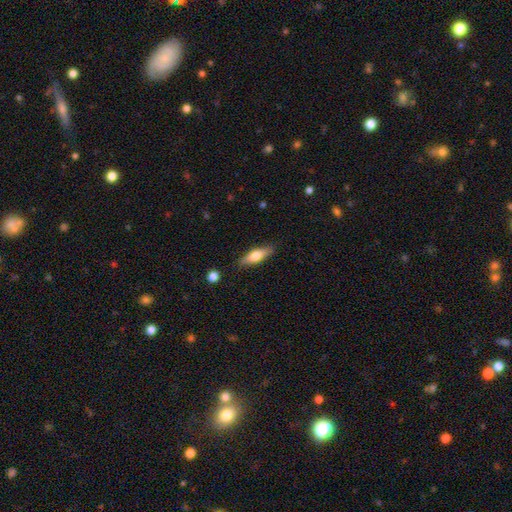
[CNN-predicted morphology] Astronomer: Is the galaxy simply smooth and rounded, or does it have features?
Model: smooth — 60%.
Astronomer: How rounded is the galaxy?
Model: cigar-shaped — 53% (runner-up: in between, 45%).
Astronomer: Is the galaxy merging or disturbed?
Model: none — 85%.